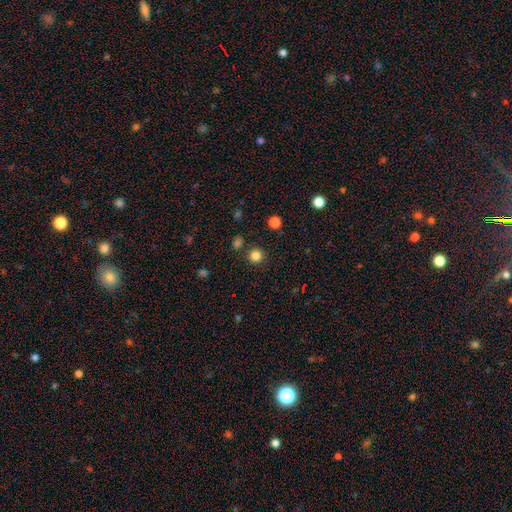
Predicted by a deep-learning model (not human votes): smooth 82%, star or artifact 14%, featured or disk 4%. Down the decision tree: how rounded — round (95%); merging — none (88%).